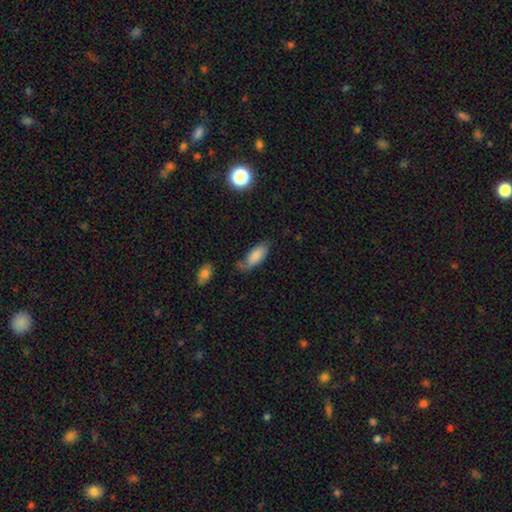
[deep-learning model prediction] smooth_or_featured: smooth (p=0.82) [alt: featured or disk p=0.11]
how_rounded: in between (p=0.84) [alt: cigar-shaped p=0.14]
merging: none (p=0.57) [alt: minor disturbance p=0.29]